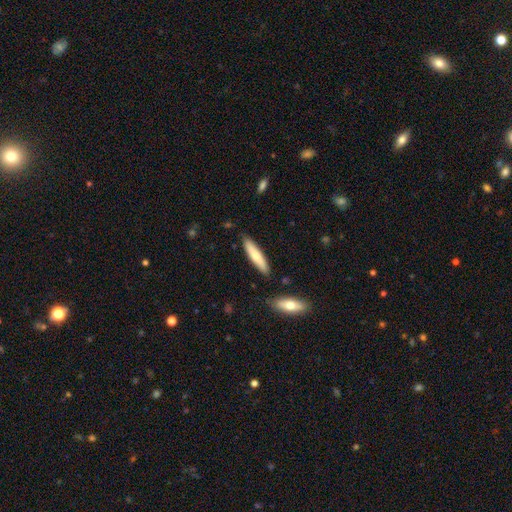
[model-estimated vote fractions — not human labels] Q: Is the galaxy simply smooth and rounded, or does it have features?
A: smooth — 71%.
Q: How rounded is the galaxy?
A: cigar-shaped — 82%.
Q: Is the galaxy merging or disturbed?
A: none — 85%.